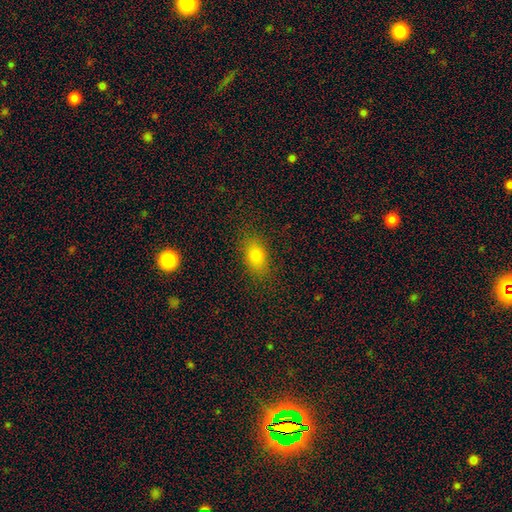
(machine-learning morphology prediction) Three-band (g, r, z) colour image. It shows a smooth galaxy with no disk features (80%) that is in between round and cigar-shaped (84%). Merging: none (83%).